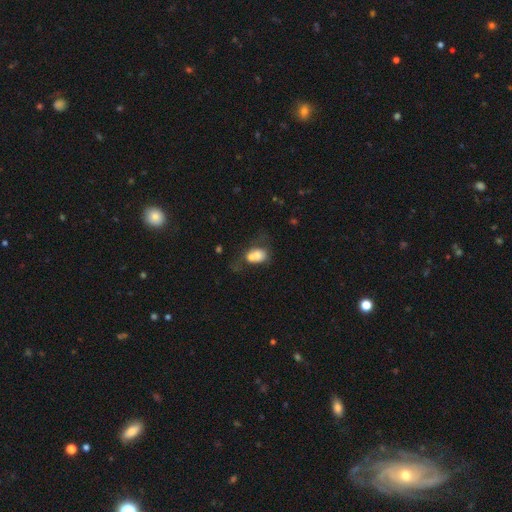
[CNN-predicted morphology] smooth-or-featured: smooth: 67% | featured or disk: 23% | star or artifact: 11%
  how-rounded: in between: 58% | round: 41% | cigar-shaped: 2%
  merging: merger: 55% | none: 22% | minor disturbance: 12% | major disturbance: 11%